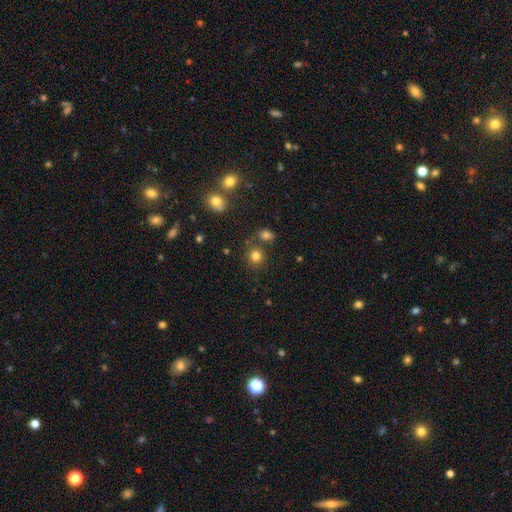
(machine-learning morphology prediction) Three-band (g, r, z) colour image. It shows a smooth galaxy with no disk features (80%) that is round (87%). Merging: none (75%).